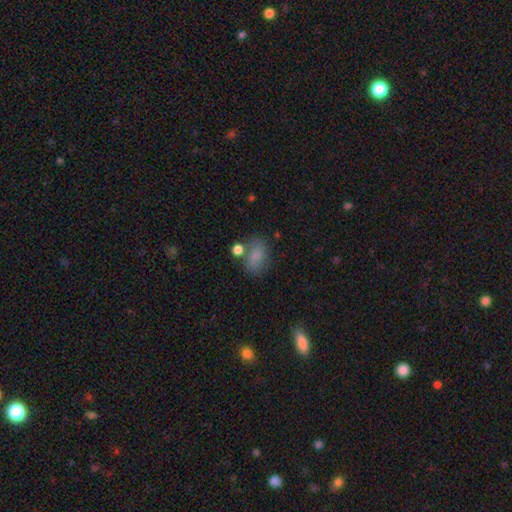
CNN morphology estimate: smooth_or_featured: smooth (p=0.78) [alt: star or artifact p=0.12]
how_rounded: in between (p=0.81) [alt: round p=0.17]
merging: none (p=0.59) [alt: minor disturbance p=0.18]